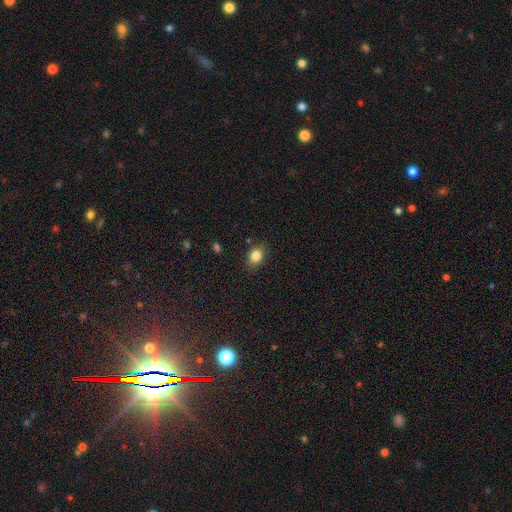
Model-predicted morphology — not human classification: smooth 84%, star or artifact 10%, featured or disk 6%. Down the decision tree: how rounded — in between (58%); merging — none (81%).